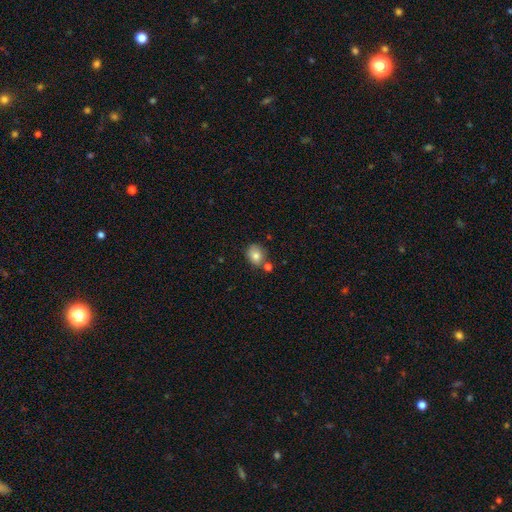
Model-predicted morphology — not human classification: type=smooth (80%); roundness=round (50%); merging=none (66%).